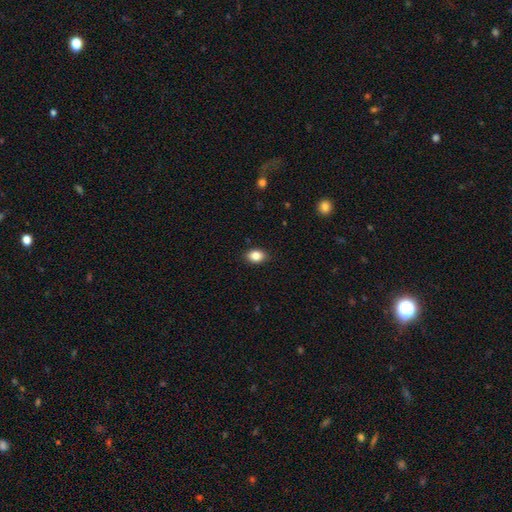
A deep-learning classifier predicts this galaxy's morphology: type=smooth (86%); roundness=in between (77%); merging=none (88%).